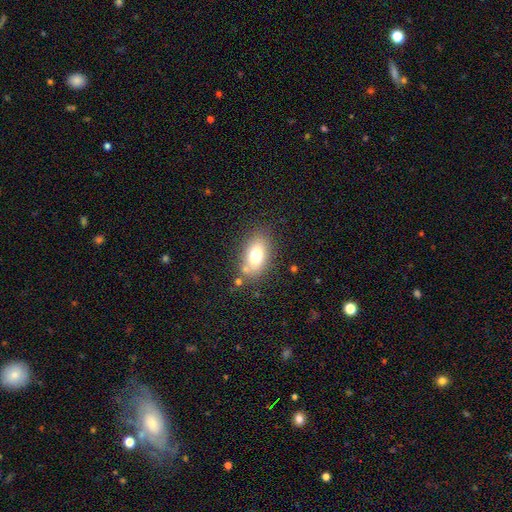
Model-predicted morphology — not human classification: Overall: smooth (74%). How rounded: in between (87%). Merging: none (73%).